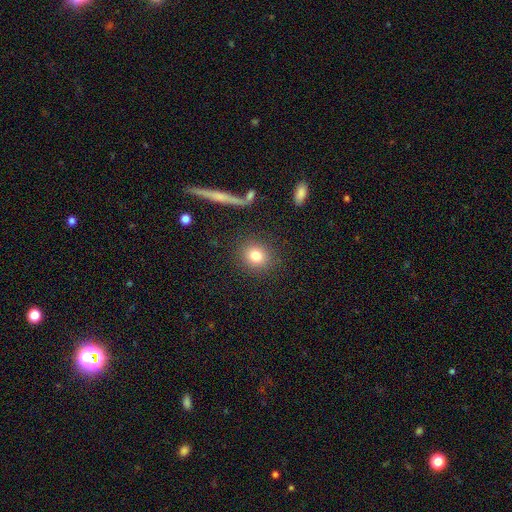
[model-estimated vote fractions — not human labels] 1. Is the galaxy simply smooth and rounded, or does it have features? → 81% smooth, 10% star or artifact, 9% featured or disk.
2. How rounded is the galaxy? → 81% round, 18% in between, 2% cigar-shaped.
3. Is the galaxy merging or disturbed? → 87% none, 7% minor disturbance, 3% major disturbance, 3% merger.